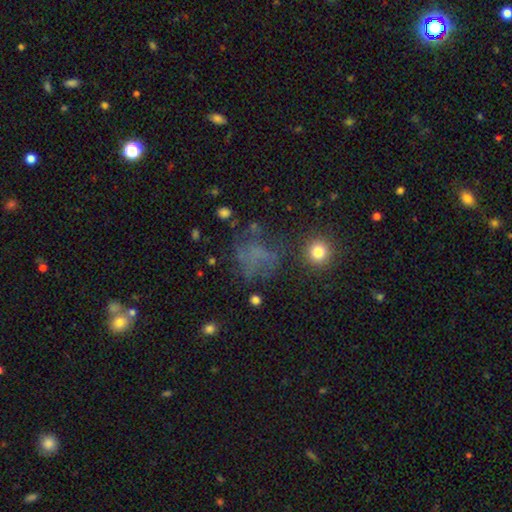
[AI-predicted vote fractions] A smooth galaxy with no disk features (43%). Merging: none (49%).